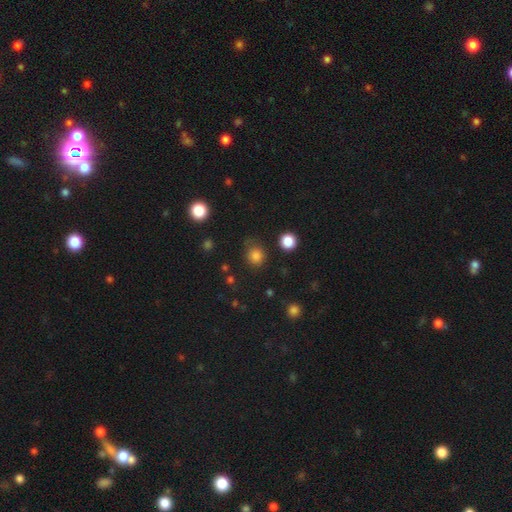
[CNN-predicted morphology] smooth_or_featured: smooth (p=0.83) [alt: star or artifact p=0.14]
how_rounded: round (p=0.83) [alt: in between p=0.16]
merging: none (p=0.77) [alt: minor disturbance p=0.15]